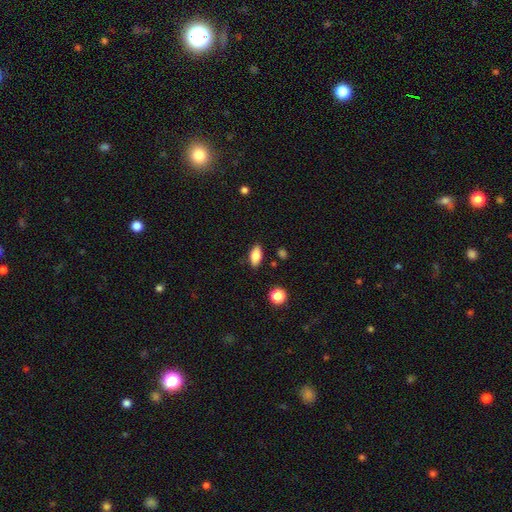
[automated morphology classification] smooth 81%, featured or disk 11%, star or artifact 8%. Down the decision tree: how rounded — in between (87%); merging — none (85%).